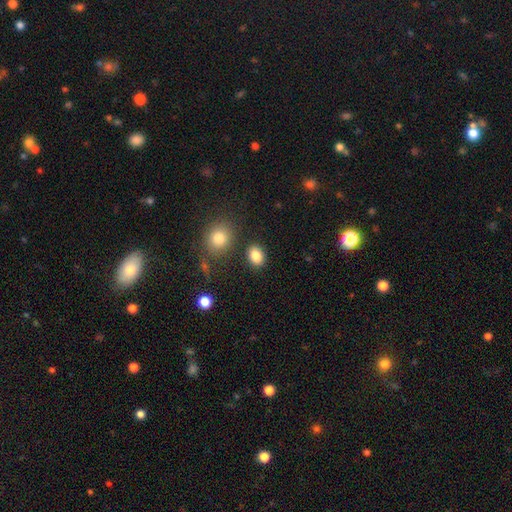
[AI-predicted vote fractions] Smooth or featured: smooth — 85% (star or artifact — 9%)
How rounded: in between — 68% (round — 30%)
Merging: none — 84% (minor disturbance — 9%)